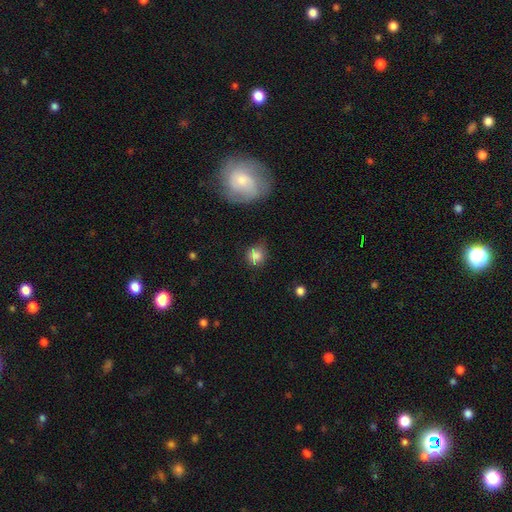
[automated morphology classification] Smooth or featured? Predicted: smooth (p=0.77). How rounded? Predicted: round (p=0.74). Merging? Predicted: none (p=0.63).